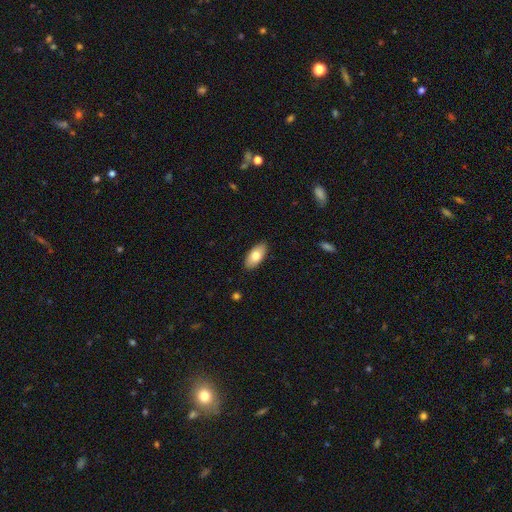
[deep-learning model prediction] Smooth or featured? Predicted: smooth (p=0.78). How rounded? Predicted: in between (p=0.92). Merging? Predicted: none (p=0.89).